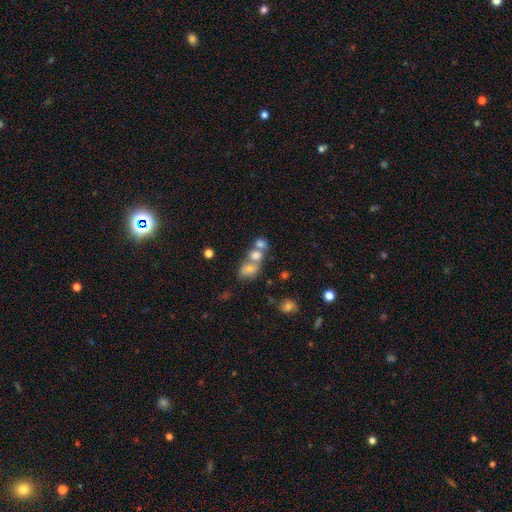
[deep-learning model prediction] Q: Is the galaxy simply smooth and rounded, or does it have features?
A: smooth — 44%.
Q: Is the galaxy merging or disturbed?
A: merger — 48%.